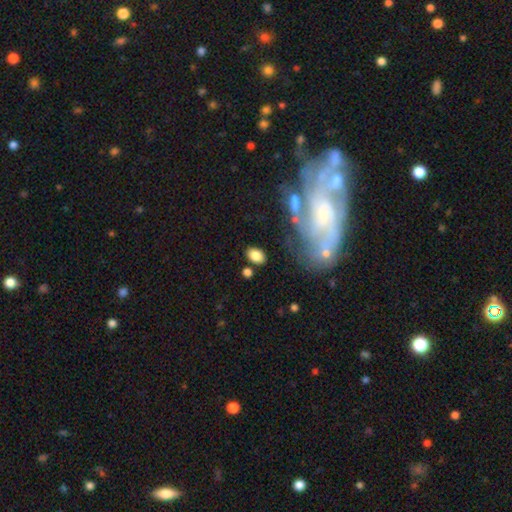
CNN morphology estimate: Smooth or featured? Predicted: smooth (p=0.82). How rounded? Predicted: in between (p=0.85). Merging? Predicted: none (p=0.77).